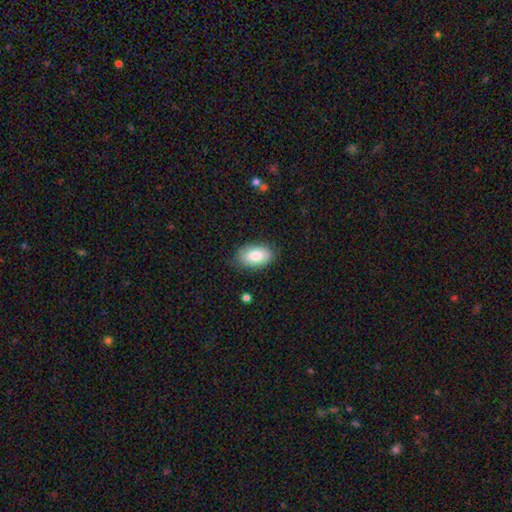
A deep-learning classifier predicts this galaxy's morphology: smooth-or-featured: smooth: 81% | featured or disk: 13% | star or artifact: 6%
  how-rounded: in between: 92% | round: 6% | cigar-shaped: 1%
  merging: none: 78% | minor disturbance: 17% | major disturbance: 4% | merger: 1%